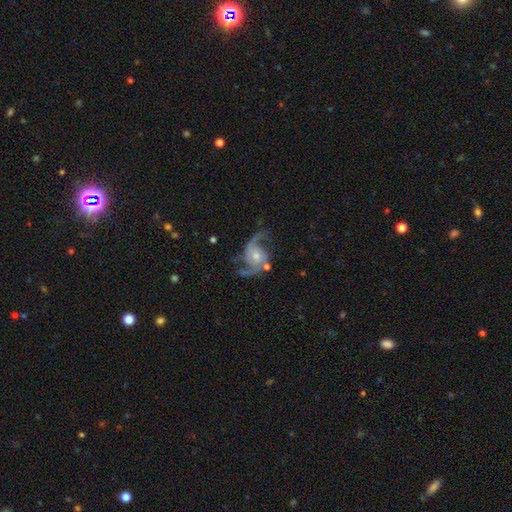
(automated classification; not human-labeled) A featured or disk galaxy (89%) with no bar (65%), 2 (92%) loose (53%) spiral arms (97%) and a moderate central bulge (49%).

Vote fractions:
- Smooth or featured? featured or disk: 89% / star or artifact: 5% / smooth: 5%
- Edge-on disk? no: 98% / yes: 2%
- Bar? no: 65% / weak: 28% / strong: 7%
- Spiral arms? yes: 97% / no: 3%
- Spiral winding? loose: 53% / medium: 39% / tight: 7%
- Spiral arm count? 2: 92% / can't tell: 2% / 3: 2% / 1: 2% / 4: 1% / more than 4: 1%
- Bulge size? moderate: 49% / small: 42% / large: 5% / none: 3% / dominant: 1%
- Merging? none: 65% / minor disturbance: 18% / major disturbance: 12% / merger: 4%